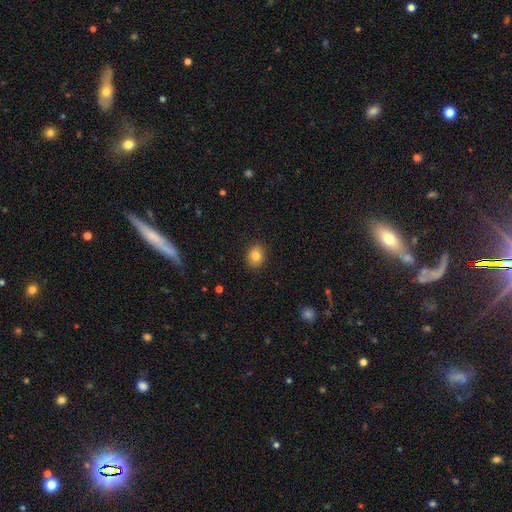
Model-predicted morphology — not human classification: Overall: smooth (82%). How rounded: round (52%; in between 47%). Merging: none (90%).